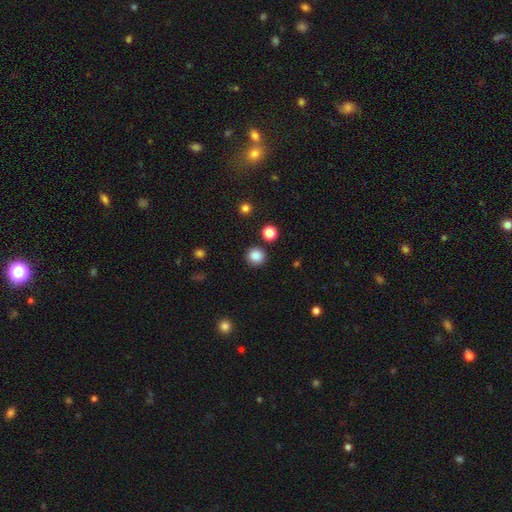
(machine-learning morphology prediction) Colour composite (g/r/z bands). It shows a smooth galaxy with no disk features (86%) that is round (92%). Merging: none (90%).